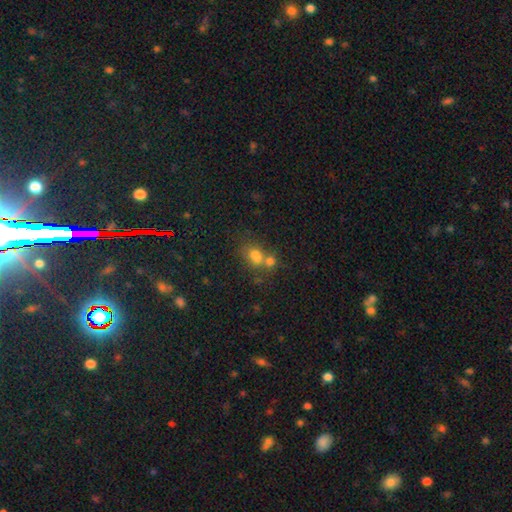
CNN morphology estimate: Smooth or featured?
  - smooth: 71% *
  - star or artifact: 15%
  - featured or disk: 14%
How rounded?
  - in between: 57% *
  - round: 41%
  - cigar-shaped: 2%
Merging?
  - merger: 54% *
  - none: 31%
  - minor disturbance: 10%
  - major disturbance: 6%